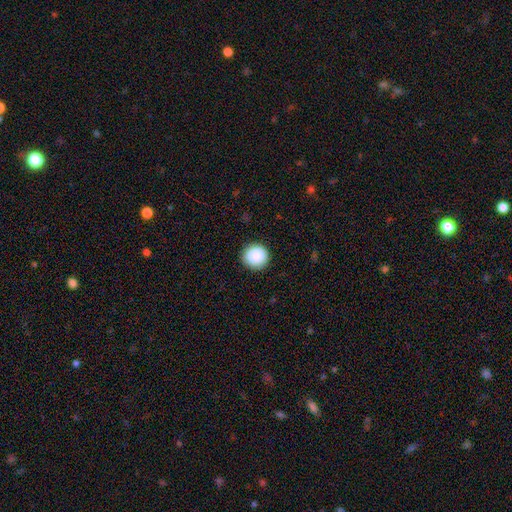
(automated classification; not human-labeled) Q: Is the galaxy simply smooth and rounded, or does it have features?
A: smooth — 89%.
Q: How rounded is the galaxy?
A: round — 96%.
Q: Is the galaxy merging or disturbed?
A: none — 92%.